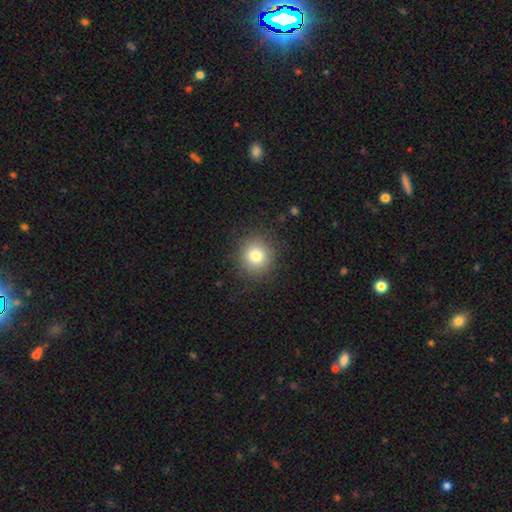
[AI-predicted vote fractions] A smooth galaxy with no disk features (79%) that is round (90%).

Vote fractions:
- Smooth or featured? smooth: 79% / star or artifact: 12% / featured or disk: 9%
- How rounded? round: 90% / in between: 9% / cigar-shaped: 1%
- Merging? none: 88% / minor disturbance: 8% / major disturbance: 3% / merger: 1%